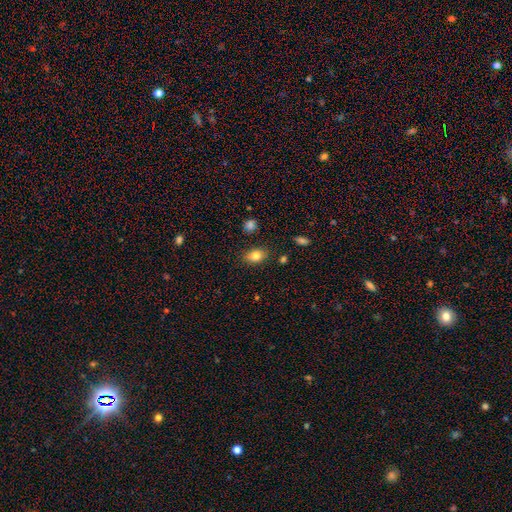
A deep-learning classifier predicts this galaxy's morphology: smooth-or-featured: smooth: 81% | featured or disk: 10% | star or artifact: 9%
  how-rounded: in between: 80% | round: 18% | cigar-shaped: 2%
  merging: none: 84% | minor disturbance: 11% | major disturbance: 2% | merger: 2%